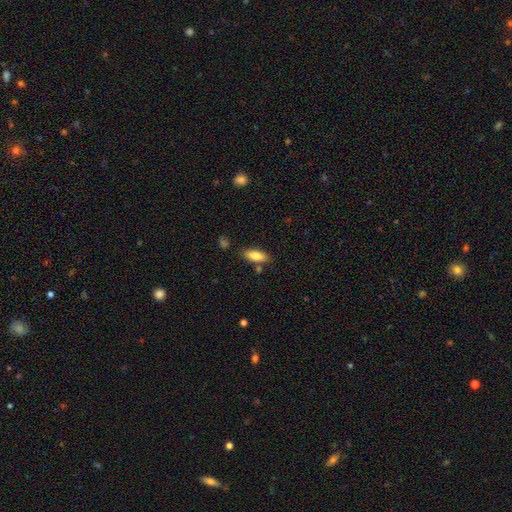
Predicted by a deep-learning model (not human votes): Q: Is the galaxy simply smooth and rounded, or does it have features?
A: smooth — 84%.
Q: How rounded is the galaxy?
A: in between — 76%.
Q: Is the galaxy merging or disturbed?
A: none — 79%.